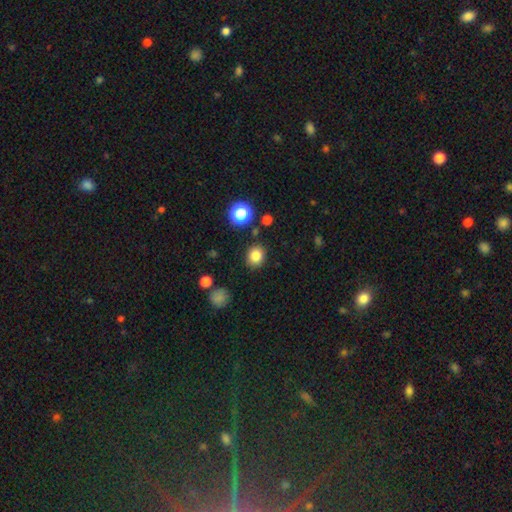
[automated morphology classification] A smooth galaxy with no disk features (83%) that is round (73%). Merging: none (86%).